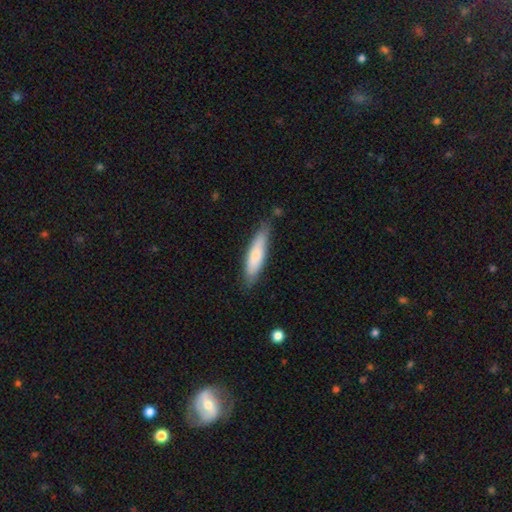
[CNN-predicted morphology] Smooth or featured?
  - smooth: 76% *
  - featured or disk: 18%
  - star or artifact: 5%
How rounded?
  - cigar-shaped: 74% *
  - in between: 25%
  - round: 1%
Merging?
  - none: 80% *
  - minor disturbance: 16%
  - major disturbance: 3%
  - merger: 2%